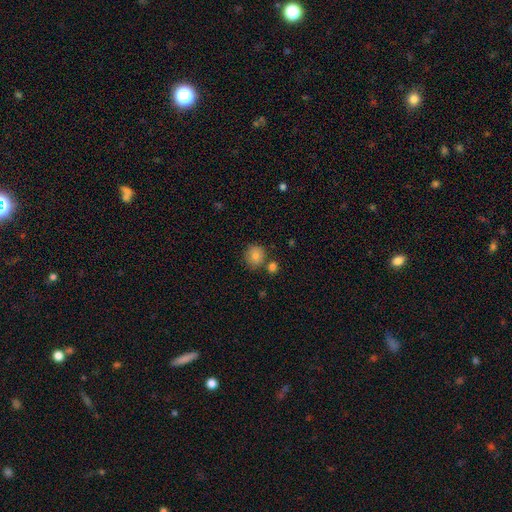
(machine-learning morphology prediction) smooth 83%, star or artifact 9%, featured or disk 7%. Down the decision tree: how rounded — round (87%); merging — none (72%).